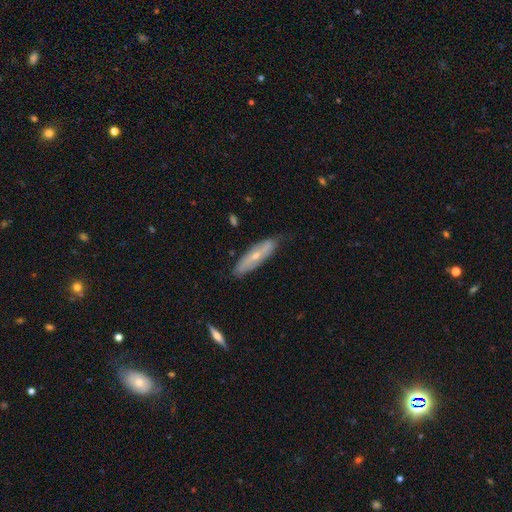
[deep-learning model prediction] smooth-or-featured: featured or disk: 56% | smooth: 37% | star or artifact: 7%
  disk-edge-on: no: 55% | yes: 45%
  merging: none: 73% | minor disturbance: 21% | major disturbance: 4% | merger: 2%